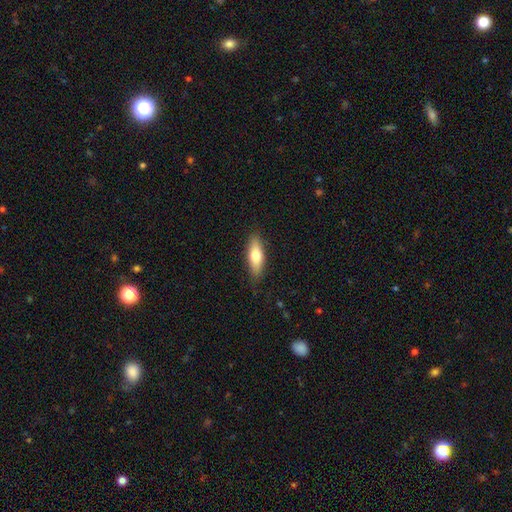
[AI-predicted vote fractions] A smooth galaxy with no disk features (70%) that is in between round and cigar-shaped (57%). Merging: none (85%).